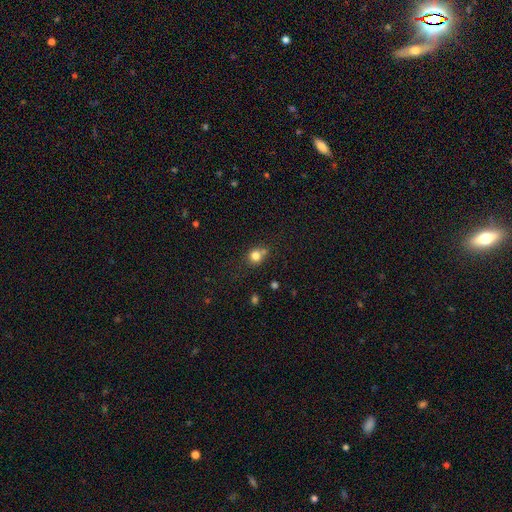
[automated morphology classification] Smooth or featured? smooth (80%)
How rounded? round (83%)
Merging? none (58%)